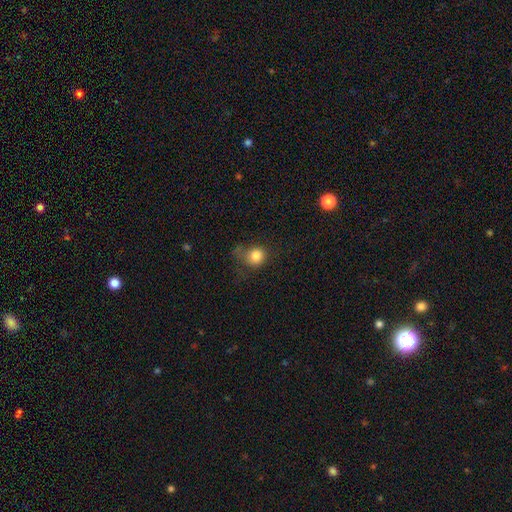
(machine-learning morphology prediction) type=smooth (81%); roundness=round (80%); merging=none (52%).